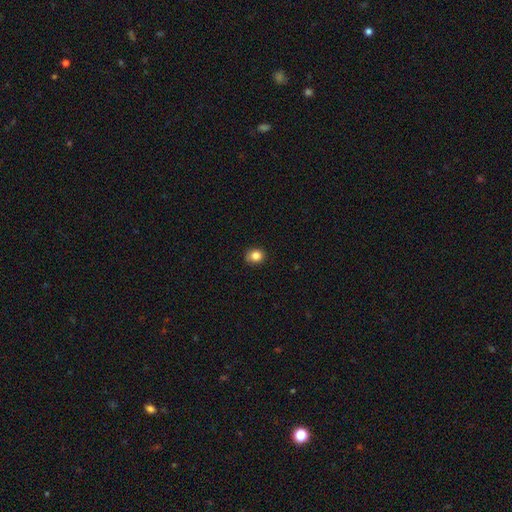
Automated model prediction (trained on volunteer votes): smooth_or_featured: smooth (p=0.84) [alt: star or artifact p=0.10]
how_rounded: round (p=0.76) [alt: in between p=0.23]
merging: none (p=0.84) [alt: minor disturbance p=0.12]